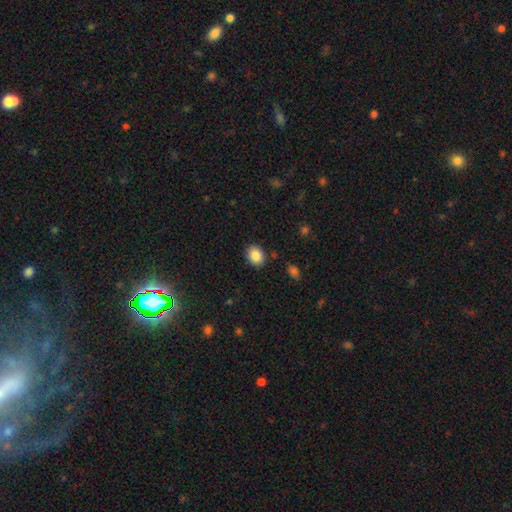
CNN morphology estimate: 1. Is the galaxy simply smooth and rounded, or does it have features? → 86% smooth, 9% star or artifact, 6% featured or disk.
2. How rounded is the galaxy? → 50% in between, 49% round, 1% cigar-shaped.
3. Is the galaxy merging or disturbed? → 87% none, 9% minor disturbance, 2% major disturbance, 2% merger.